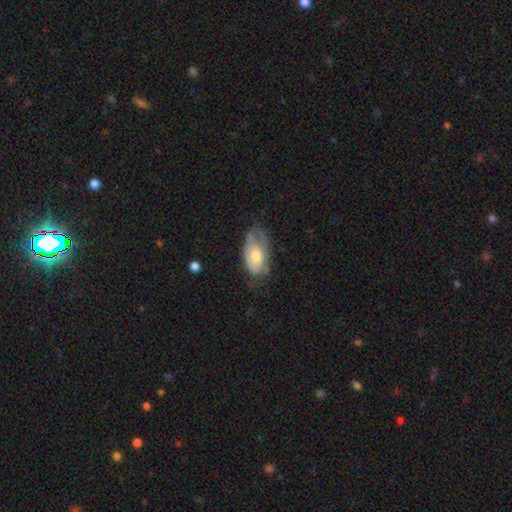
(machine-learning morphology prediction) Smooth or featured?
  - smooth: 53% *
  - featured or disk: 41%
  - star or artifact: 6%
How rounded?
  - in between: 93% *
  - round: 5%
  - cigar-shaped: 3%
Merging?
  - none: 45% *
  - minor disturbance: 34%
  - major disturbance: 19%
  - merger: 2%